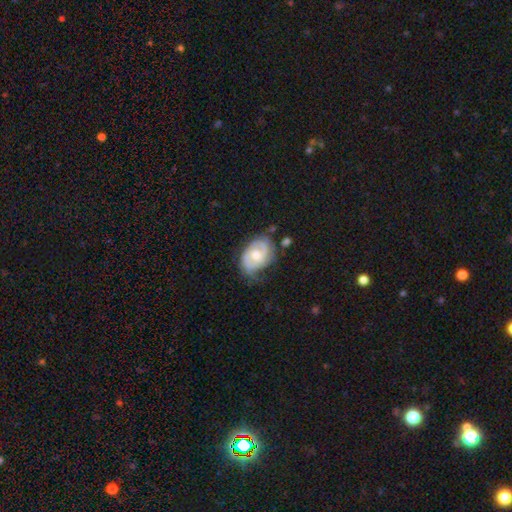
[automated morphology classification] featured or disk 78%, smooth 17%, star or artifact 5%. Down the decision tree: edge-on disk — no (97%); bar — no (61%); spiral arms — yes (92%); spiral arm count — 2 (67%); spiral winding — tight (51%); bulge size — moderate (64%); merging — none (54%).